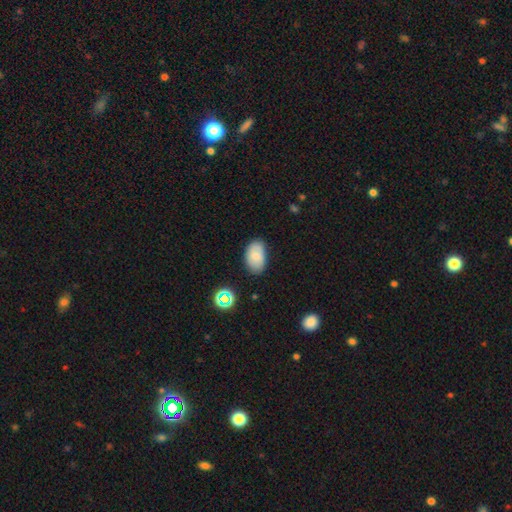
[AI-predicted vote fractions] Q: Smooth or featured?
A: smooth (77%); runner-up: featured or disk (14%)
Q: How rounded?
A: in between (92%); runner-up: round (7%)
Q: Merging?
A: none (74%); runner-up: minor disturbance (20%)